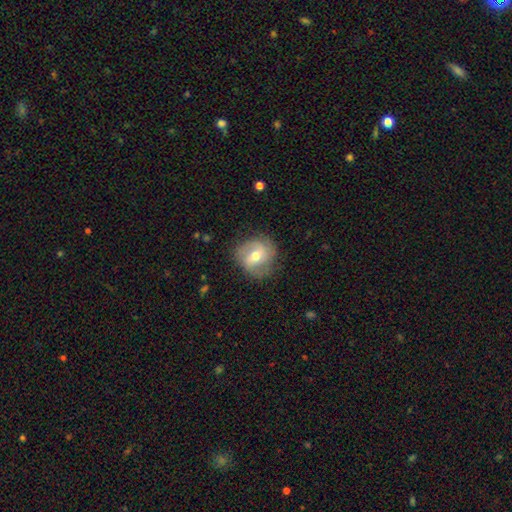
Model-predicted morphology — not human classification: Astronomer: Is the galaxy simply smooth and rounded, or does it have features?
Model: featured or disk — 57% (runner-up: smooth, 35%).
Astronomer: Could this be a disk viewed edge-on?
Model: no — 97%.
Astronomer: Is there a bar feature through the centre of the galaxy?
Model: weak — 46% (runner-up: no, 34%).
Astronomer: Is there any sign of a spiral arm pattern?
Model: yes — 78%.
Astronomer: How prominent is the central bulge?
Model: moderate — 67%.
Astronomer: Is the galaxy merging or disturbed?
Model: none — 75%.